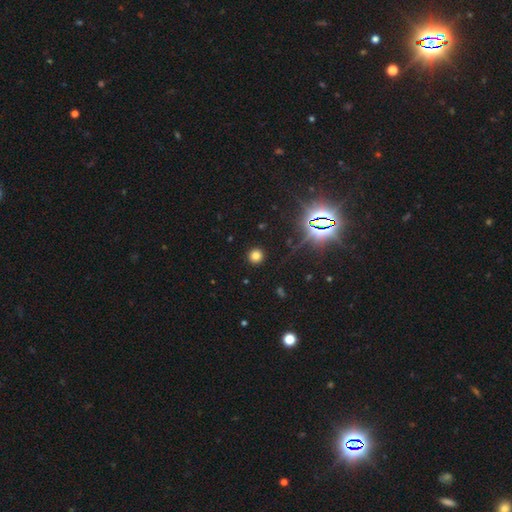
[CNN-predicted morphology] smooth 74%, star or artifact 20%, featured or disk 6%. Down the decision tree: how rounded — round (93%); merging — none (92%).